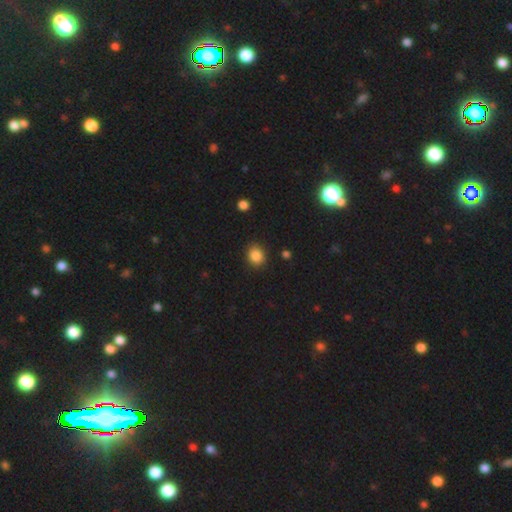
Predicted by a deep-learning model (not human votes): smooth 86%, star or artifact 10%, featured or disk 4%. Down the decision tree: how rounded — round (65%); merging — none (87%).